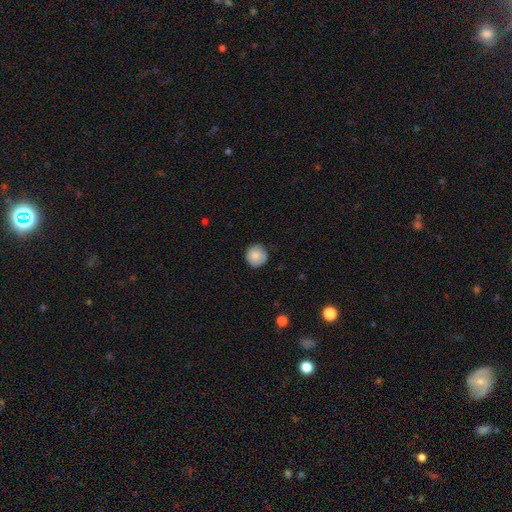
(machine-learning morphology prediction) smooth_or_featured: smooth (p=0.83) [alt: featured or disk p=0.09]
how_rounded: round (p=0.94) [alt: in between p=0.05]
merging: none (p=0.85) [alt: minor disturbance p=0.12]